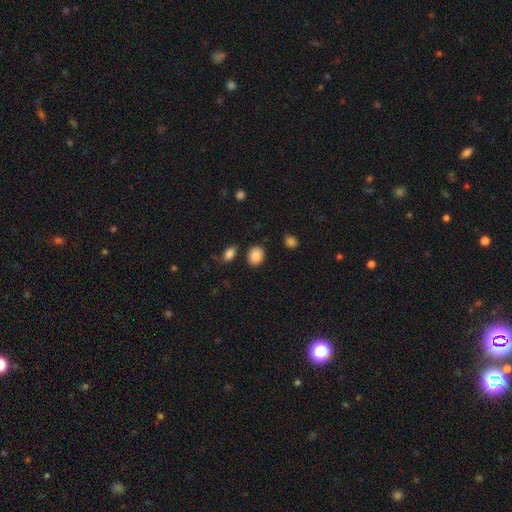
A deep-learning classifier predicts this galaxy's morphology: smooth-or-featured: smooth: 88% | star or artifact: 9% | featured or disk: 3%
  how-rounded: round: 50% | in between: 49% | cigar-shaped: 1%
  merging: none: 82% | minor disturbance: 10% | merger: 4% | major disturbance: 3%